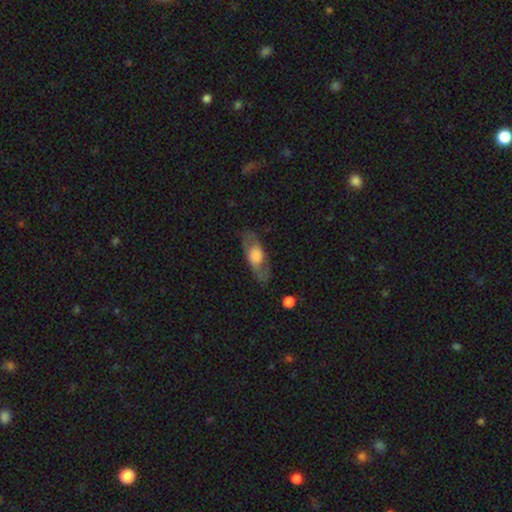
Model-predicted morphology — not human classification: Smooth or featured?
  - smooth: 51% *
  - featured or disk: 42%
  - star or artifact: 7%
How rounded?
  - in between: 73% *
  - cigar-shaped: 21%
  - round: 6%
Merging?
  - none: 74% *
  - minor disturbance: 17%
  - major disturbance: 8%
  - merger: 2%